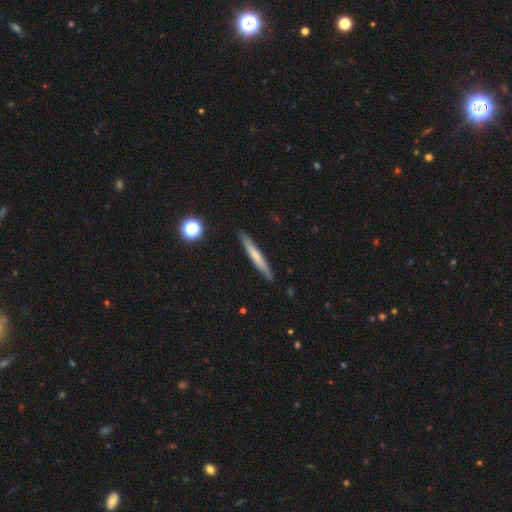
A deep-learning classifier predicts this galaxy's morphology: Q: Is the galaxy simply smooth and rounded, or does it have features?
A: smooth — 56%.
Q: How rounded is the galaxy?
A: cigar-shaped — 96%.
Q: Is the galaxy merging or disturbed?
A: none — 89%.